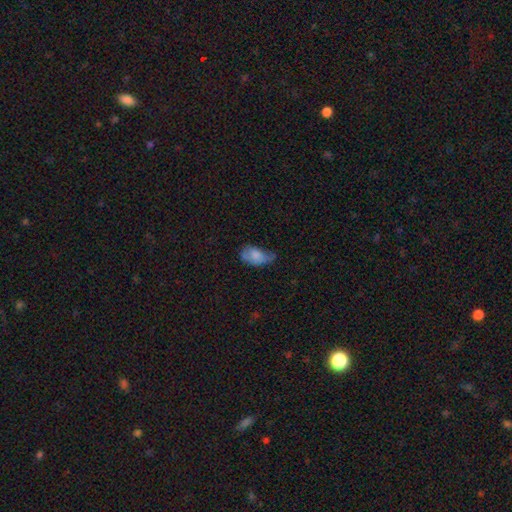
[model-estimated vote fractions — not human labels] This appears to be a smooth galaxy with no disk features (73%) that is in between round and cigar-shaped (91%). Merging: minor disturbance (41%).